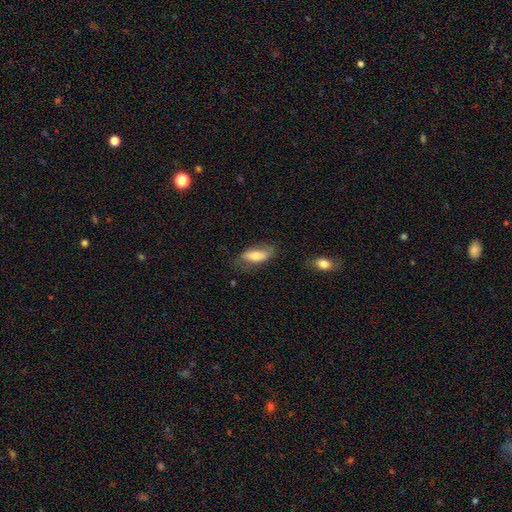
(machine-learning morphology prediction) Smooth or featured?
  - smooth: 65% *
  - featured or disk: 28%
  - star or artifact: 7%
How rounded?
  - in between: 80% *
  - cigar-shaped: 17%
  - round: 4%
Merging?
  - none: 62% *
  - minor disturbance: 26%
  - major disturbance: 11%
  - merger: 2%